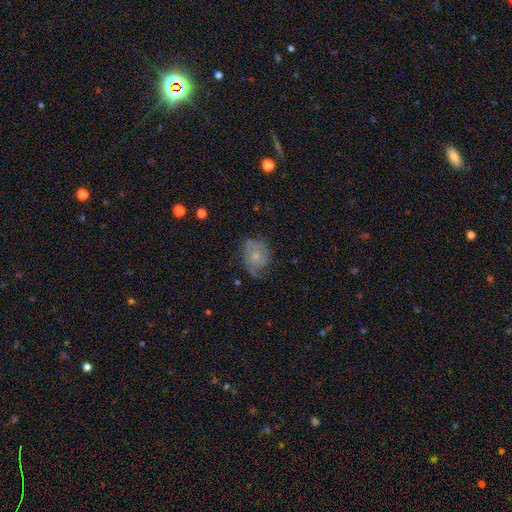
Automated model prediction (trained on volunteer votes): smooth_or_featured: smooth (p=0.49) [alt: featured or disk p=0.43]
merging: none (p=0.50) [alt: minor disturbance p=0.31]